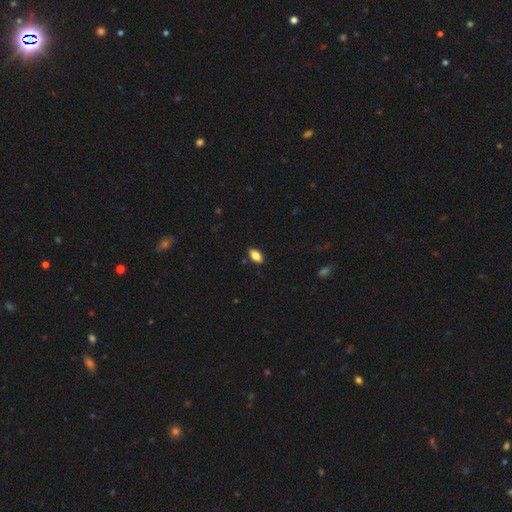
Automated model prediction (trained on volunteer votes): Smooth or featured? Predicted: smooth (p=0.80). How rounded? Predicted: in between (p=0.90). Merging? Predicted: none (p=0.87).